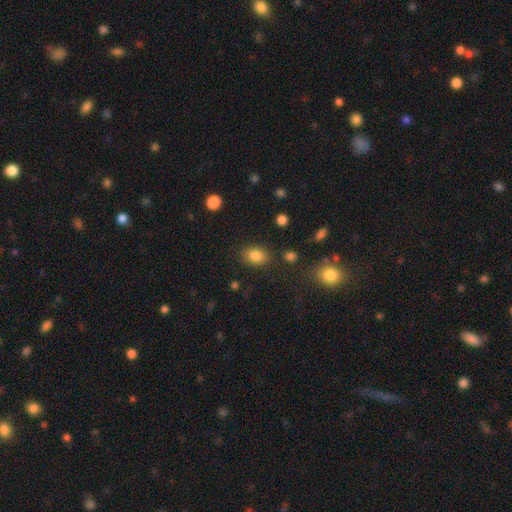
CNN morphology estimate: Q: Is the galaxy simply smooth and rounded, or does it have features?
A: smooth — 83%.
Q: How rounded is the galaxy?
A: in between — 71%.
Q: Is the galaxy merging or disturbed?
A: none — 82%.